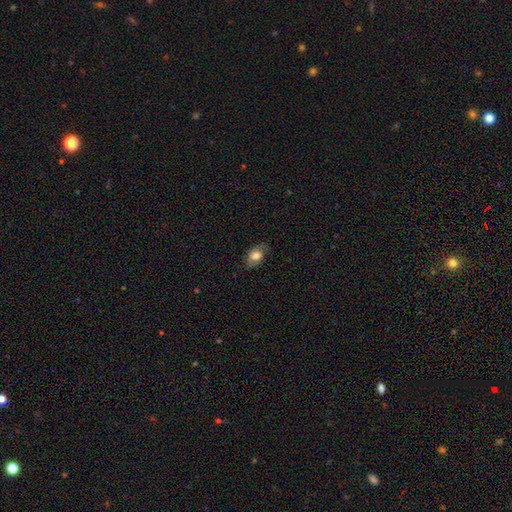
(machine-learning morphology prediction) A smooth galaxy with no disk features (70%) that is in between round and cigar-shaped (83%).

Vote fractions:
- Smooth or featured? smooth: 70% / featured or disk: 22% / star or artifact: 8%
- How rounded? in between: 83% / round: 15% / cigar-shaped: 2%
- Merging? none: 73% / minor disturbance: 20% / major disturbance: 6% / merger: 1%